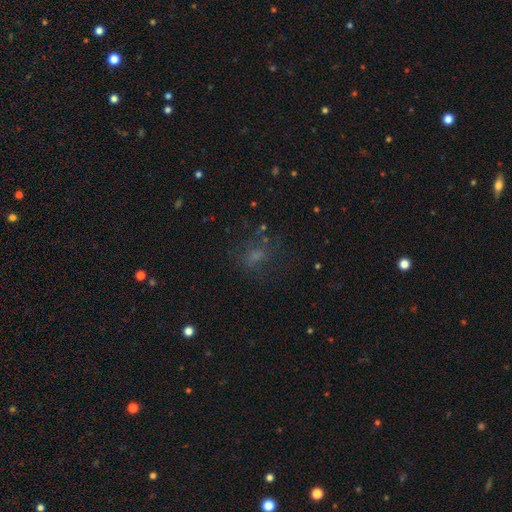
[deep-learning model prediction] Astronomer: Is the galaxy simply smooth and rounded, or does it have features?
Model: smooth — 53%.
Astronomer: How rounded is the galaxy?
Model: in between — 51% (runner-up: round, 46%).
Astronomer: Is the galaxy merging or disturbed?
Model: none — 62%.